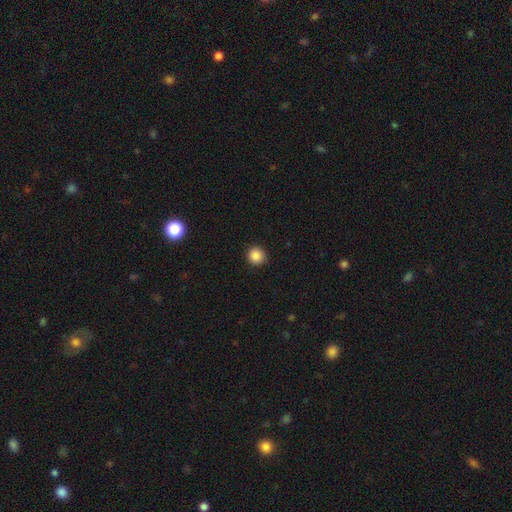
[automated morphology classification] Smooth or featured: smooth — 87% (star or artifact — 10%)
How rounded: round — 93% (in between — 6%)
Merging: none — 92% (minor disturbance — 5%)